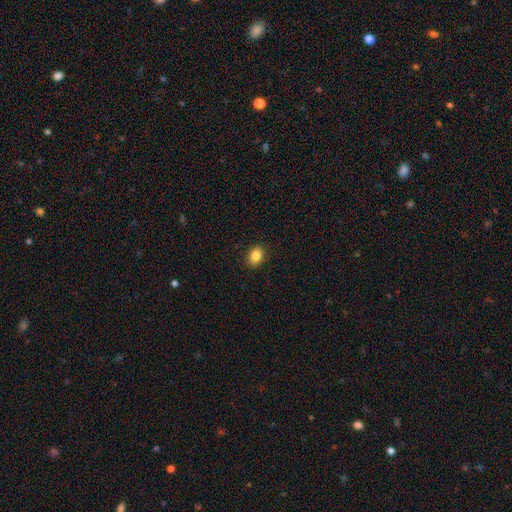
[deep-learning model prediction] Q: Smooth or featured?
A: smooth (86%); runner-up: star or artifact (9%)
Q: How rounded?
A: in between (65%); runner-up: round (34%)
Q: Merging?
A: none (90%); runner-up: minor disturbance (8%)